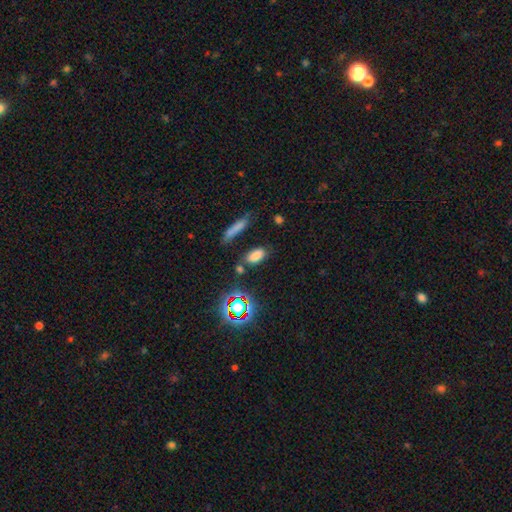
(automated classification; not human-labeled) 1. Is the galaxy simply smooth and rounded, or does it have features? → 75% smooth, 18% star or artifact, 7% featured or disk.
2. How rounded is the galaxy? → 85% in between, 8% cigar-shaped, 7% round.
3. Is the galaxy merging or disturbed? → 75% none, 13% minor disturbance, 7% merger, 5% major disturbance.